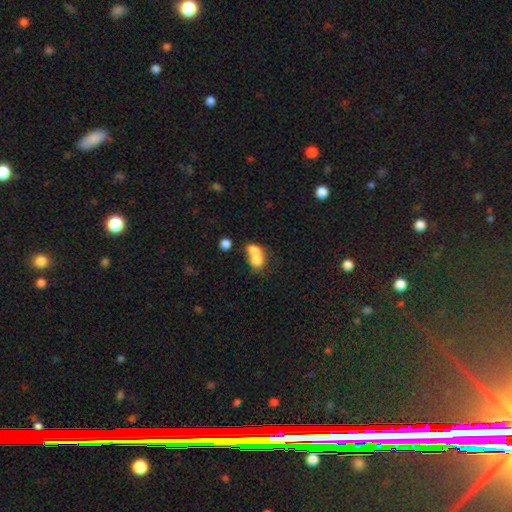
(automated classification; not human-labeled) Smooth or featured: smooth — 72% (featured or disk — 18%)
How rounded: in between — 54% (round — 44%)
Merging: merger — 70% (none — 20%)